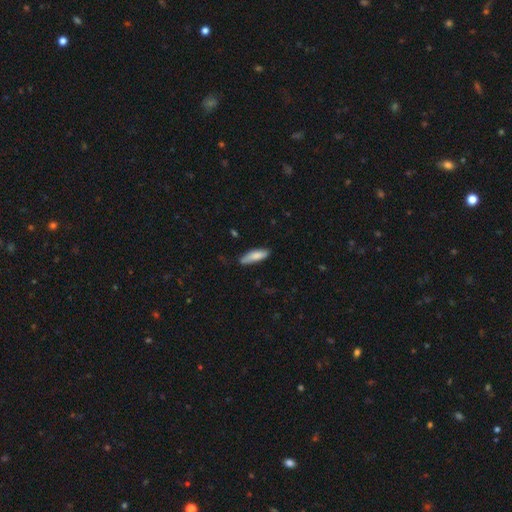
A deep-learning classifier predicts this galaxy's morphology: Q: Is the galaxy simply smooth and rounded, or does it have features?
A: smooth — 81%.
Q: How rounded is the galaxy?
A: cigar-shaped — 57%.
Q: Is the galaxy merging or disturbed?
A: none — 75%.